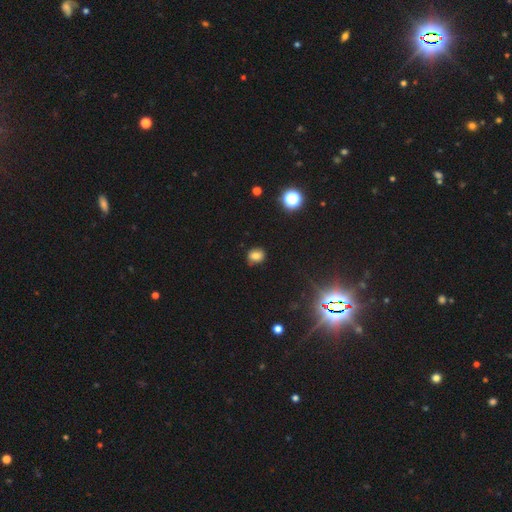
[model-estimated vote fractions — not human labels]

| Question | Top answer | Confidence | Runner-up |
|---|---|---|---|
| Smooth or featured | smooth | 73% | star or artifact (16%) |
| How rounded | round | 62% | in between (37%) |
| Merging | none | 78% | minor disturbance (17%) |